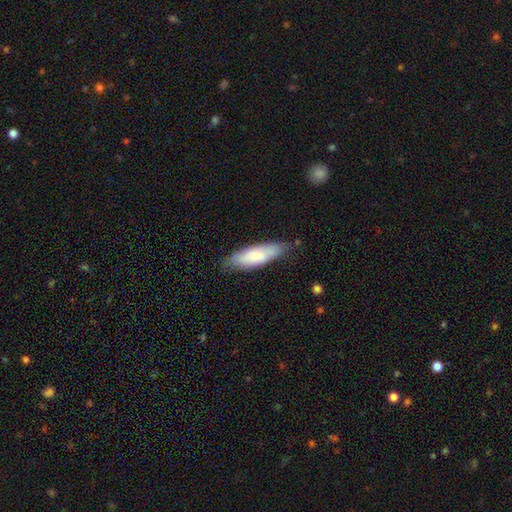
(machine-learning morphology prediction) A smooth galaxy with no disk features (72%) that is in between round and cigar-shaped (54%).

Vote fractions:
- Smooth or featured? smooth: 72% / featured or disk: 22% / star or artifact: 6%
- How rounded? in between: 54% / cigar-shaped: 45% / round: 2%
- Merging? none: 75% / minor disturbance: 20% / major disturbance: 4% / merger: 2%